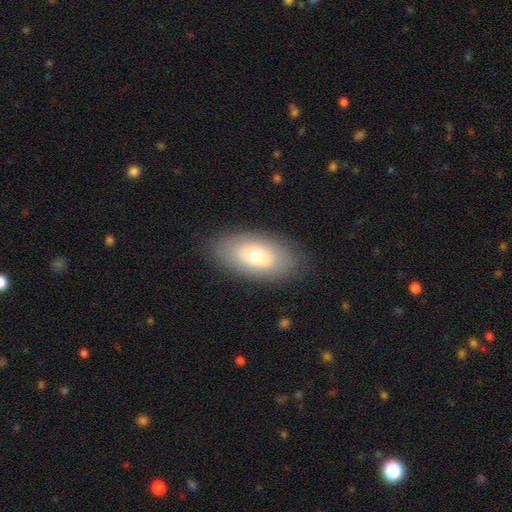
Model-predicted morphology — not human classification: Smooth or featured? Predicted: smooth (p=0.54). How rounded? Predicted: in between (p=0.91). Merging? Predicted: none (p=0.83).